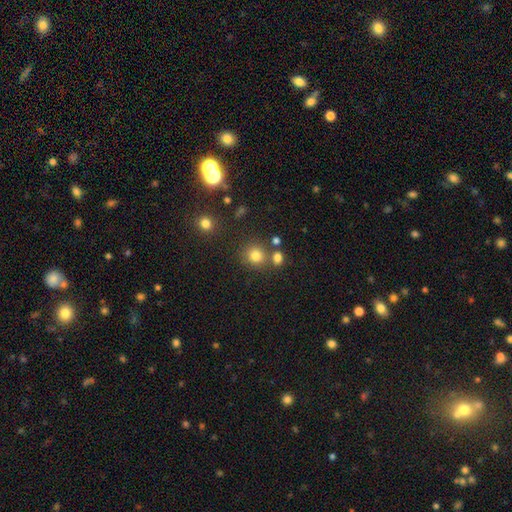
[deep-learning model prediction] Smooth or featured? Predicted: smooth (p=0.79). How rounded? Predicted: round (p=0.87). Merging? Predicted: none (p=0.72).